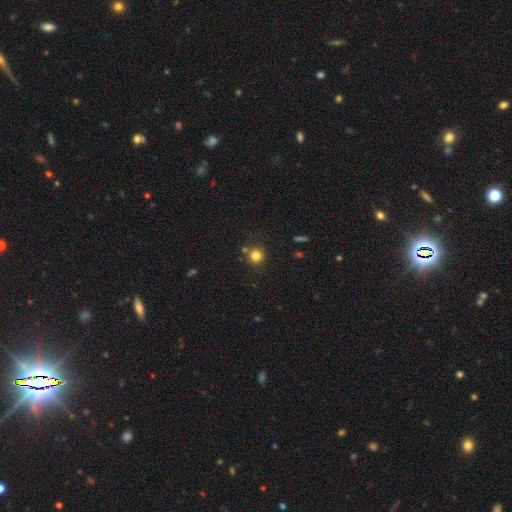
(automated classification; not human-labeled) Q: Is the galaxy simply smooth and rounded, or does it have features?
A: smooth — 80%.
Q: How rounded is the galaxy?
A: round — 93%.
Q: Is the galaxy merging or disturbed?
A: none — 80%.